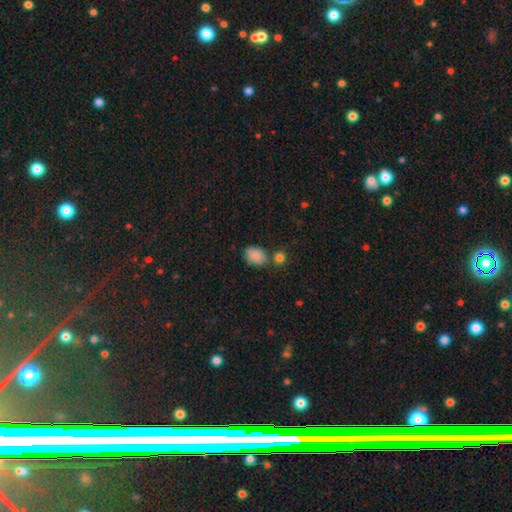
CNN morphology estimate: Q: Smooth or featured?
A: smooth (85%); runner-up: star or artifact (8%)
Q: How rounded?
A: in between (76%); runner-up: round (23%)
Q: Merging?
A: none (63%); runner-up: minor disturbance (18%)